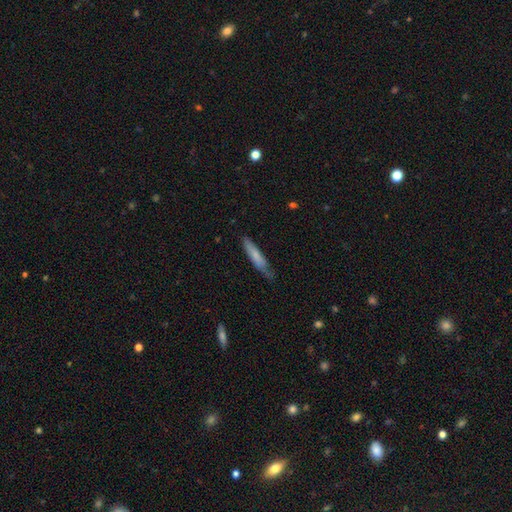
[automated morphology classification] A smooth galaxy with no disk features (68%) that is cigar-shaped (84%).

Vote fractions:
- Smooth or featured? smooth: 68% / featured or disk: 26% / star or artifact: 6%
- How rounded? cigar-shaped: 84% / in between: 14% / round: 1%
- Merging? none: 62% / minor disturbance: 30% / major disturbance: 7% / merger: 2%